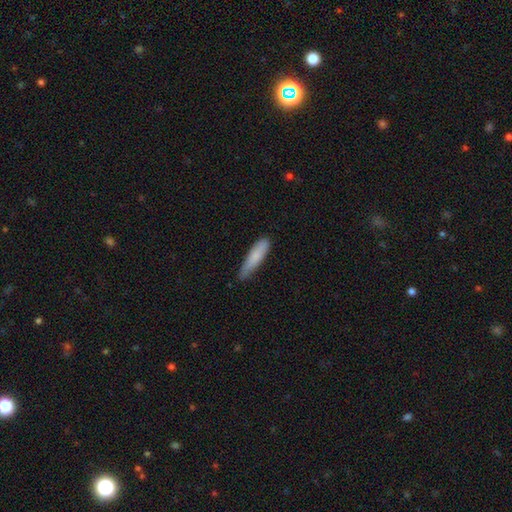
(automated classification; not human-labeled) Smooth or featured?
  - smooth: 80% *
  - featured or disk: 14%
  - star or artifact: 6%
How rounded?
  - cigar-shaped: 80% *
  - in between: 19%
  - round: 1%
Merging?
  - none: 68% *
  - minor disturbance: 26%
  - major disturbance: 4%
  - merger: 2%